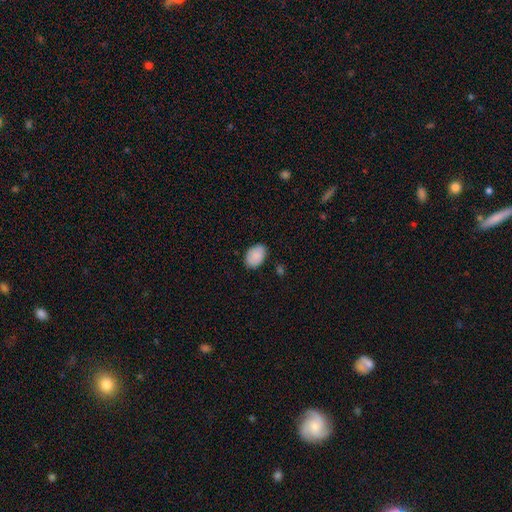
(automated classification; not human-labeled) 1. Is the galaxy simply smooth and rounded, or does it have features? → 88% smooth, 7% star or artifact, 5% featured or disk.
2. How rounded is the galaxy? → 83% in between, 16% round, 1% cigar-shaped.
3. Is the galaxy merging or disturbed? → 83% none, 13% minor disturbance, 2% major disturbance, 1% merger.